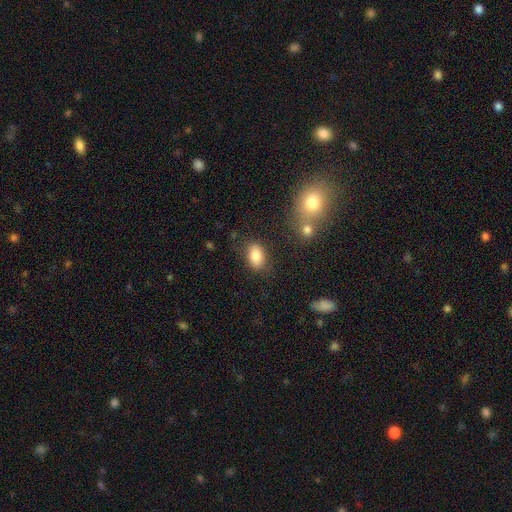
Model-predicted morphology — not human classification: Overall: smooth (84%). How rounded: in between (88%). Merging: none (80%).